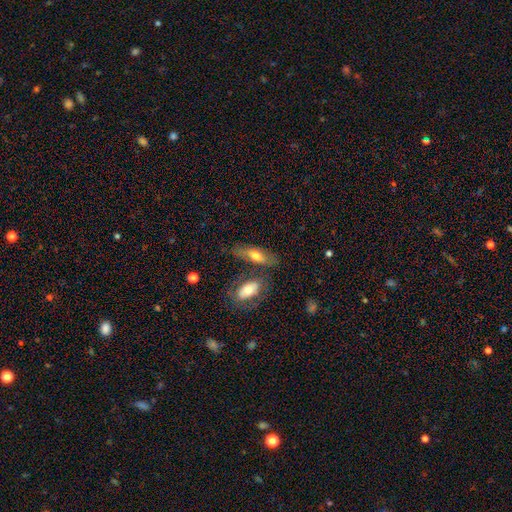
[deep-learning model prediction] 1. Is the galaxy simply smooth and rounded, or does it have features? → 62% smooth, 31% featured or disk, 7% star or artifact.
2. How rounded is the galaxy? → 62% in between, 36% cigar-shaped, 3% round.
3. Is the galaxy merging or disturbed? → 61% none, 18% merger, 15% minor disturbance, 6% major disturbance.